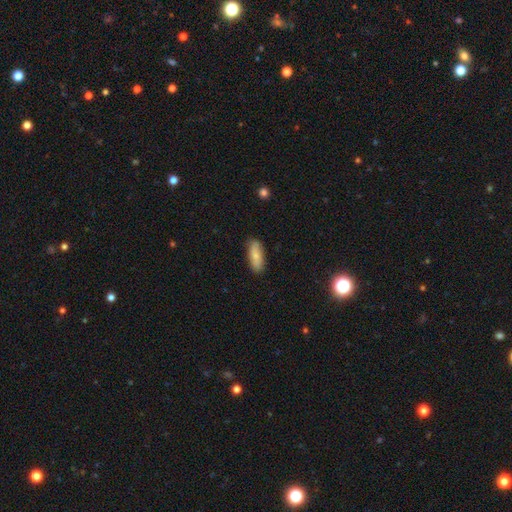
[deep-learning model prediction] Q: Smooth or featured?
A: smooth (77%); runner-up: featured or disk (17%)
Q: How rounded?
A: in between (74%); runner-up: cigar-shaped (24%)
Q: Merging?
A: none (83%); runner-up: minor disturbance (14%)